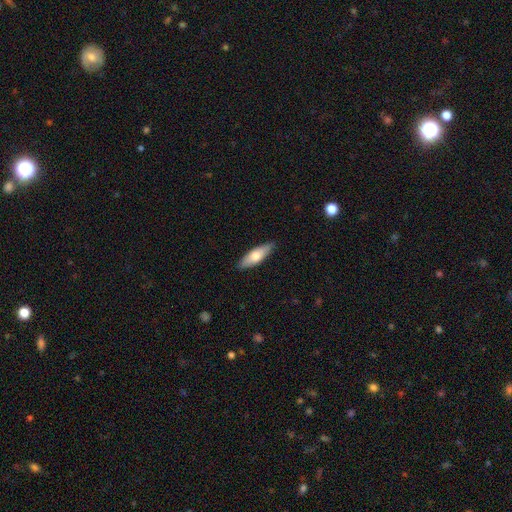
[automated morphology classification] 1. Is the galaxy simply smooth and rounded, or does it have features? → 66% smooth, 29% featured or disk, 5% star or artifact.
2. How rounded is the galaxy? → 50% in between, 48% cigar-shaped, 2% round.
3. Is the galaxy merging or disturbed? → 88% none, 10% minor disturbance, 2% major disturbance, 1% merger.